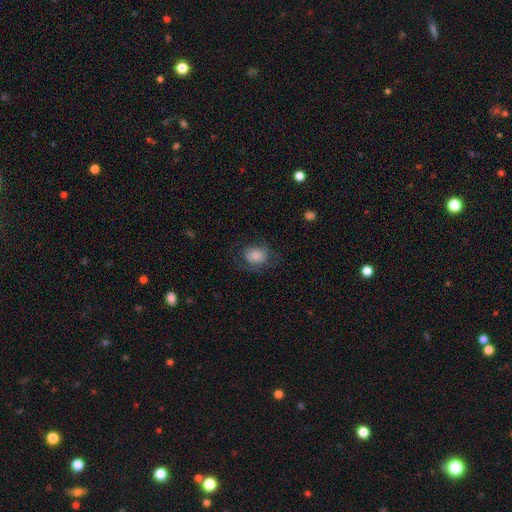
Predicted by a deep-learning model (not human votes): The model was most divided on "how rounded": in between: 57%, round: 42%, cigar-shaped: 1%. More confident: smooth or featured — smooth (77%); merging — none (60%).